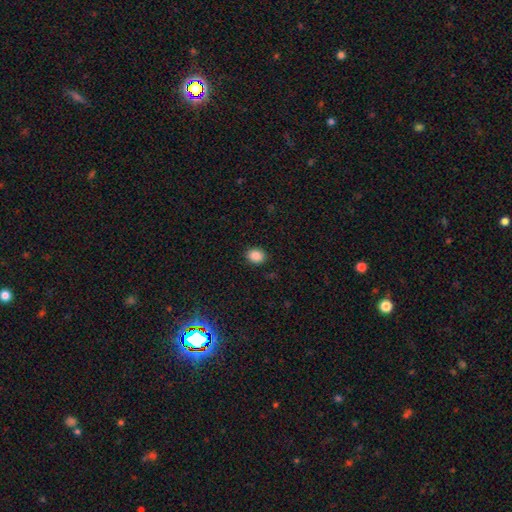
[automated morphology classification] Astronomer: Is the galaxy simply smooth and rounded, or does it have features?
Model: smooth — 86%.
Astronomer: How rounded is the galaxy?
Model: round — 55% (runner-up: in between, 44%).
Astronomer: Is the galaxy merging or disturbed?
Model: none — 89%.